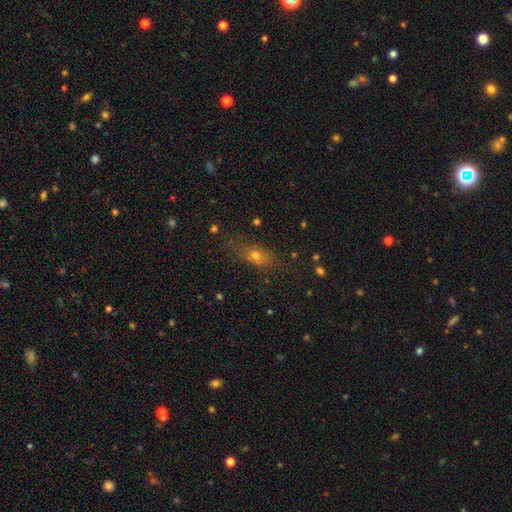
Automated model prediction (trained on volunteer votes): Smooth or featured? smooth (65%)
How rounded? in between (62%)
Merging? none (70%)